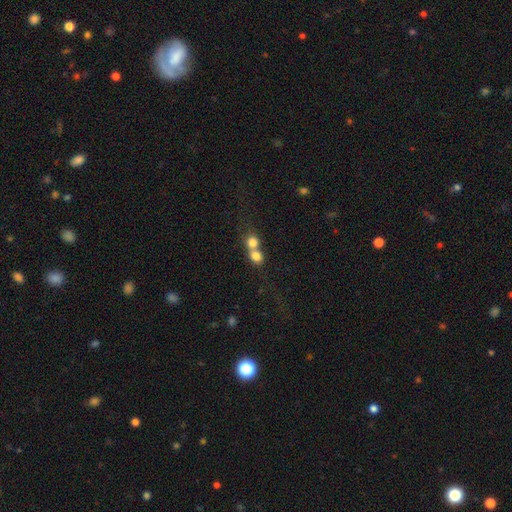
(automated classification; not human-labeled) Morphology: type=smooth (77%); roundness=round (72%); merging=merger (69%).